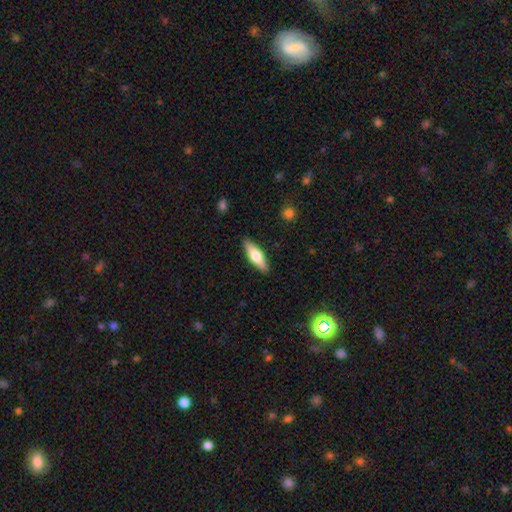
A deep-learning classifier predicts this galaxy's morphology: Overall: smooth (53%; featured or disk 41%). How rounded: cigar-shaped (53%; in between 45%). Merging: none (89%).